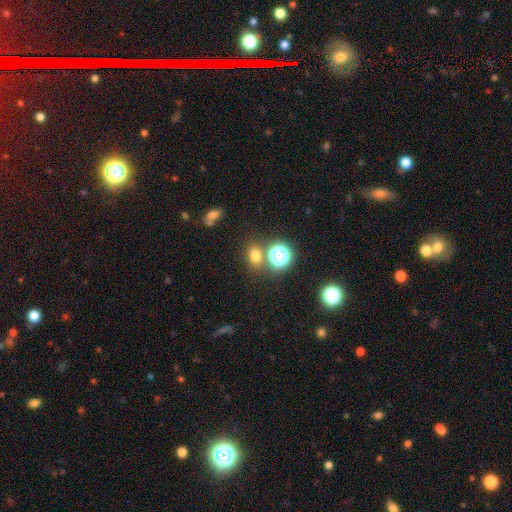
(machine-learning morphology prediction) smooth_or_featured: smooth (p=0.69) [alt: star or artifact p=0.23]
how_rounded: round (p=0.55) [alt: in between p=0.43]
merging: none (p=0.71) [alt: merger p=0.15]